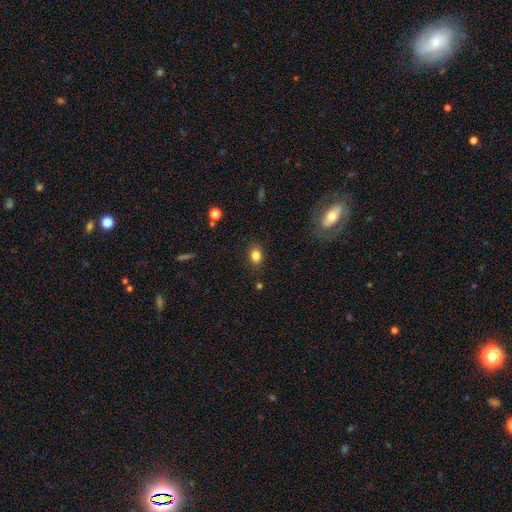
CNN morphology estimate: Smooth or featured? smooth (84%)
How rounded? in between (64%)
Merging? none (84%)